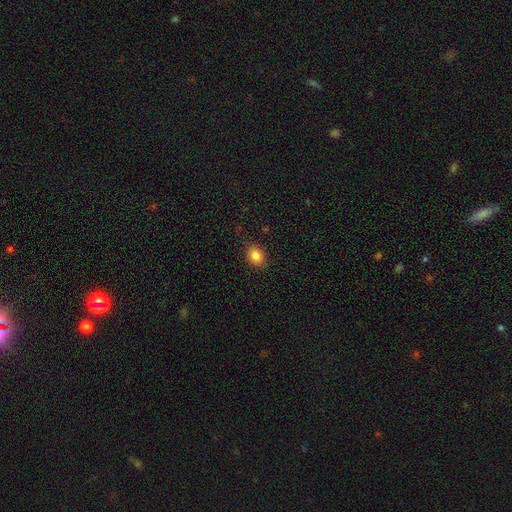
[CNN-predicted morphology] smooth_or_featured: smooth (p=0.85) [alt: star or artifact p=0.10]
how_rounded: in between (p=0.57) [alt: round p=0.42]
merging: none (p=0.85) [alt: minor disturbance p=0.11]